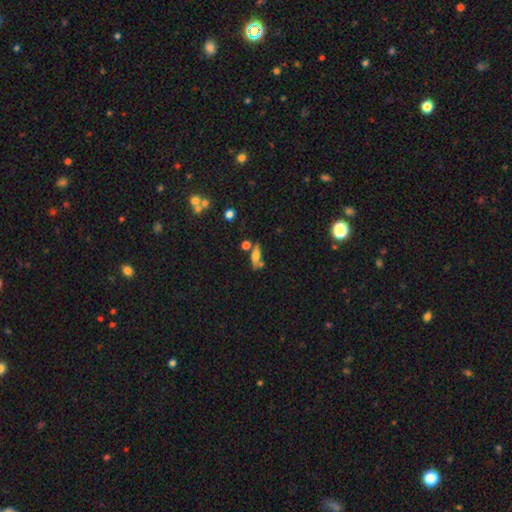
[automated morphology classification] Overall: smooth (59%; featured or disk 28%). How rounded: in between (54%; cigar-shaped 41%). Merging: none (51%; merger 22%).